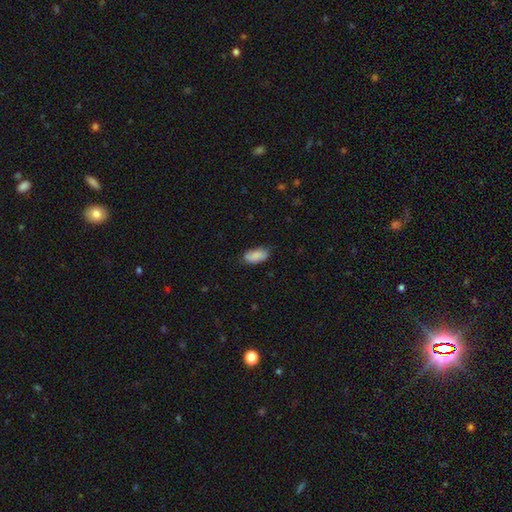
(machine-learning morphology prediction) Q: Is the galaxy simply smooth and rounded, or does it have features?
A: smooth — 87%.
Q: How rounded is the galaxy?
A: in between — 92%.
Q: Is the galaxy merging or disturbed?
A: none — 78%.